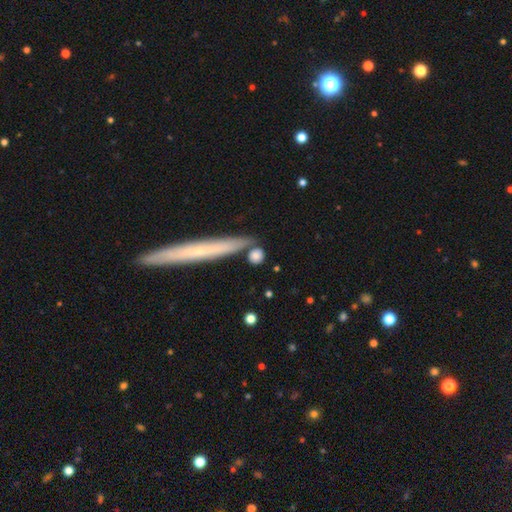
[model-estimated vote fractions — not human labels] A smooth galaxy with no disk features (81%) that is round (68%). Merging: none (74%).